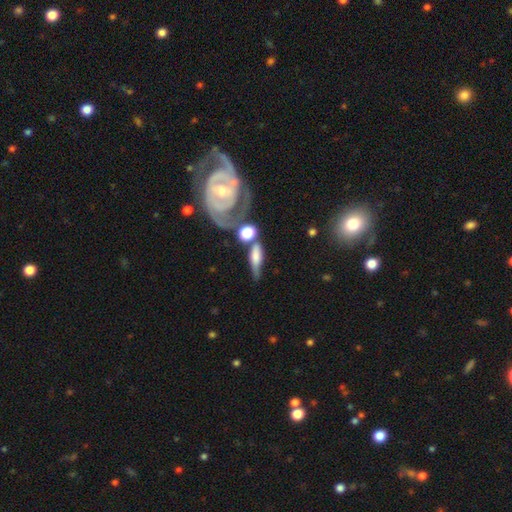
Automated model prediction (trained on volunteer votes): Smooth or featured? smooth (49%)
Merging? none (40%)